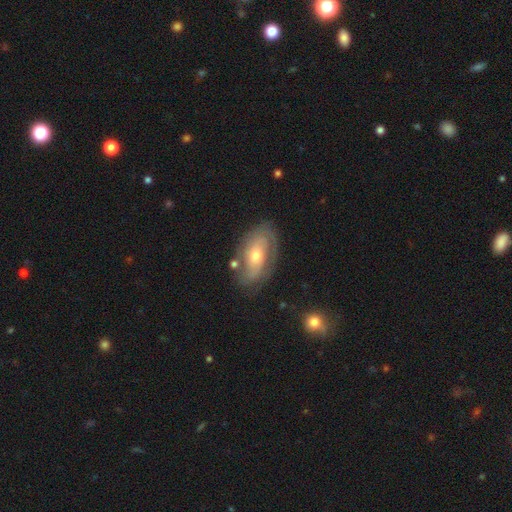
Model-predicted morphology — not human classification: Overall: featured or disk (71%). Edge-on disk: no (92%). Bar: no (63%; weak 28%). Spiral arms: yes (82%). Spiral arm count: 2 (58%; can't tell 27%). Spiral winding: tight (50%; medium 35%). Bulge size: moderate (58%; small 36%). Merging: none (71%).